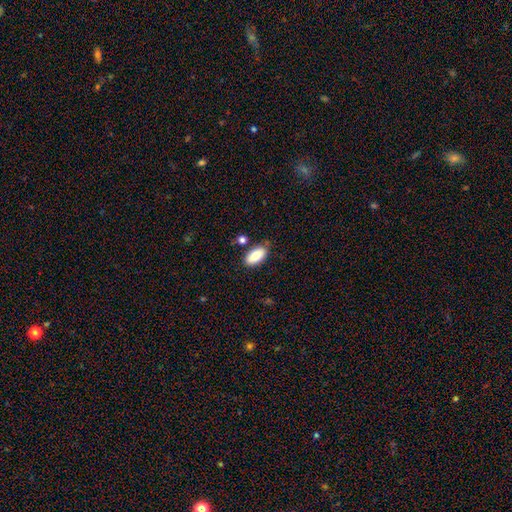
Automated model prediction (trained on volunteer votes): smooth 82%, featured or disk 11%, star or artifact 7%. Down the decision tree: how rounded — in between (93%); merging — none (80%).